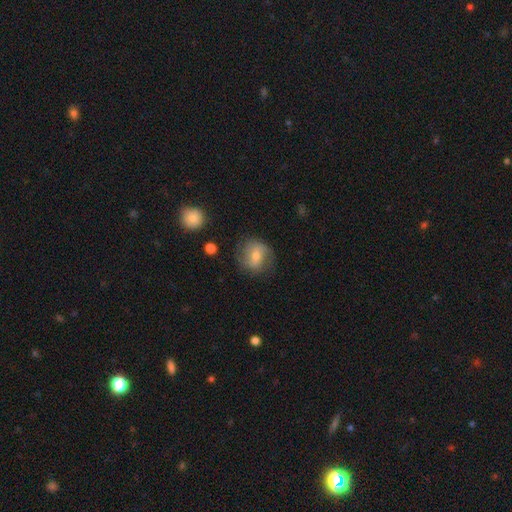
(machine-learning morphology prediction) smooth_or_featured: featured or disk (p=0.49) [alt: smooth p=0.43]
merging: none (p=0.73) [alt: minor disturbance p=0.18]